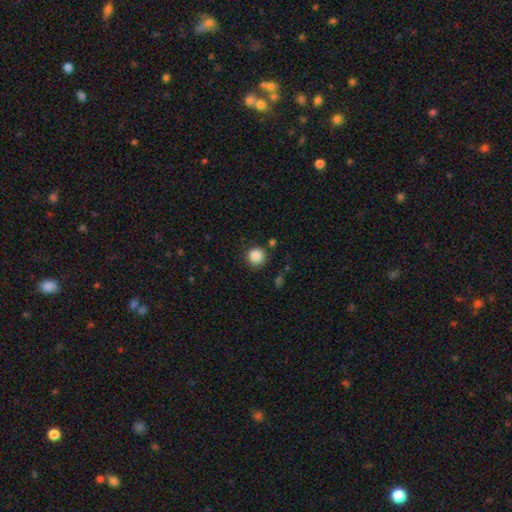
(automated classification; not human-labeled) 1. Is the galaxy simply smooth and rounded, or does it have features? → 87% smooth, 10% star or artifact, 3% featured or disk.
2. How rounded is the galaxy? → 94% round, 5% in between, 1% cigar-shaped.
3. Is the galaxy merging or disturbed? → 84% none, 10% minor disturbance, 3% major disturbance, 3% merger.